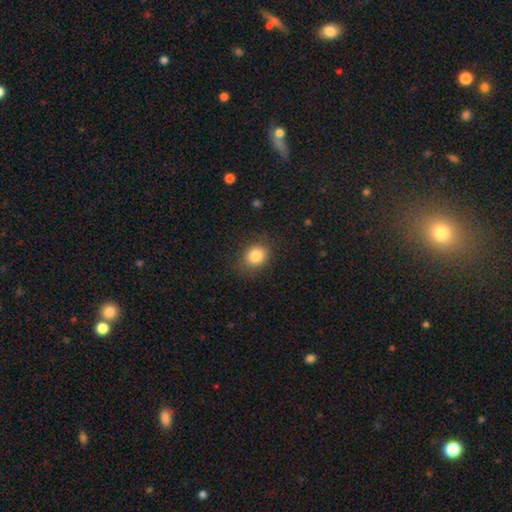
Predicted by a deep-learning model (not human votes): Smooth or featured? smooth (83%)
How rounded? round (56%)
Merging? none (80%)